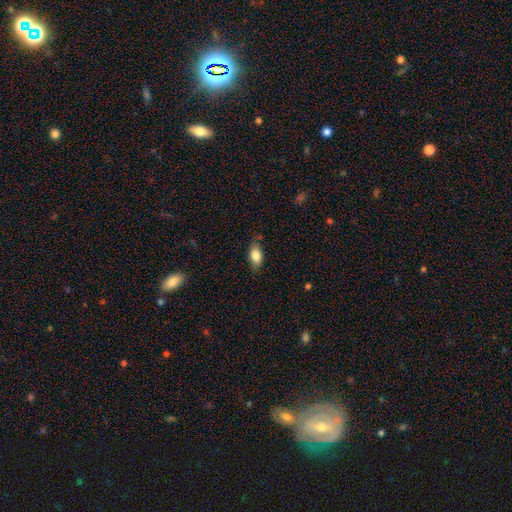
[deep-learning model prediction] A smooth galaxy with no disk features (81%) that is in between round and cigar-shaped (87%).

Vote fractions:
- Smooth or featured? smooth: 81% / featured or disk: 12% / star or artifact: 7%
- How rounded? in between: 87% / round: 7% / cigar-shaped: 6%
- Merging? none: 71% / minor disturbance: 22% / major disturbance: 5% / merger: 1%